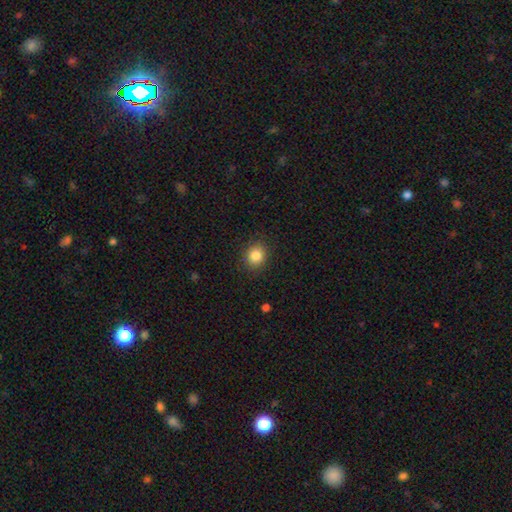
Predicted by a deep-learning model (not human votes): Smooth or featured?
  - smooth: 84% *
  - star or artifact: 10%
  - featured or disk: 5%
How rounded?
  - round: 77% *
  - in between: 23%
  - cigar-shaped: 1%
Merging?
  - none: 89% *
  - minor disturbance: 7%
  - major disturbance: 2%
  - merger: 1%